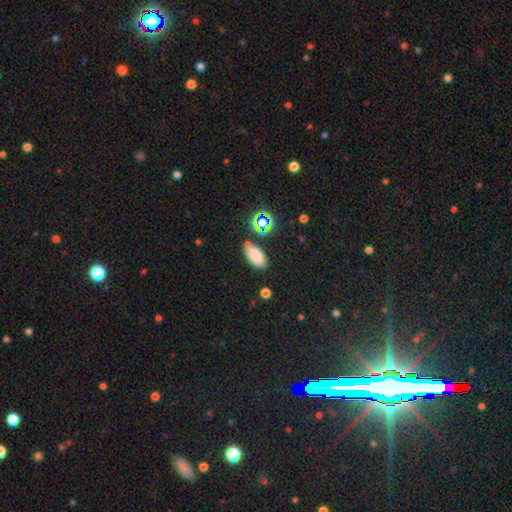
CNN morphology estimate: Smooth or featured? smooth (76%)
How rounded? in between (91%)
Merging? none (76%)